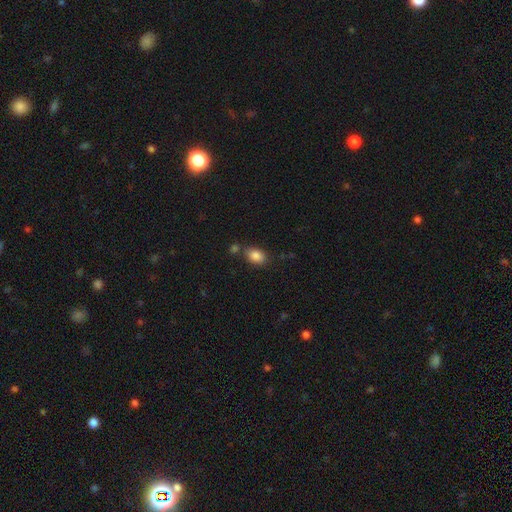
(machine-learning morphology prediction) smooth 86%, star or artifact 9%, featured or disk 5%. Down the decision tree: how rounded — in between (83%); merging — none (71%).